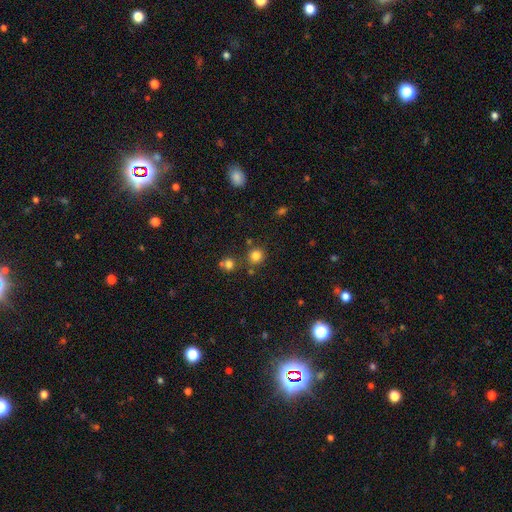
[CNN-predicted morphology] This is clearly a smooth galaxy (80%). How rounded: clearly round (91%). Merging: likely none (80%).